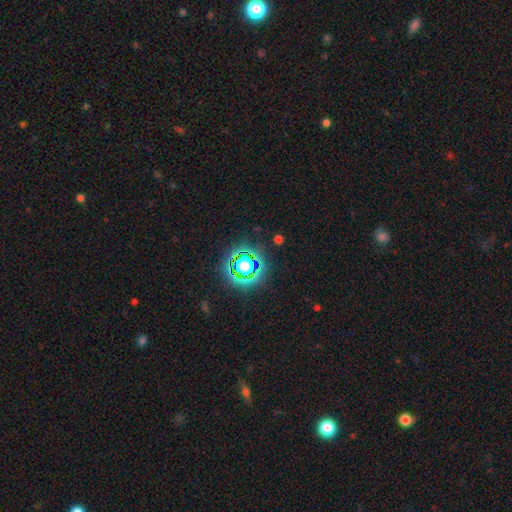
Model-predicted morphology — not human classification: This appears to be a star or artifact, not a galaxy (77%).